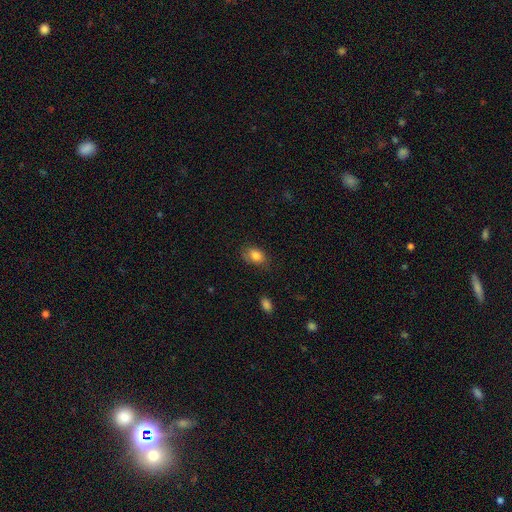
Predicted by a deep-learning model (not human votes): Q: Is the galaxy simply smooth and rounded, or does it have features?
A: smooth — 82%.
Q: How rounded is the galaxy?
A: in between — 80%.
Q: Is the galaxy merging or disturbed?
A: none — 73%.